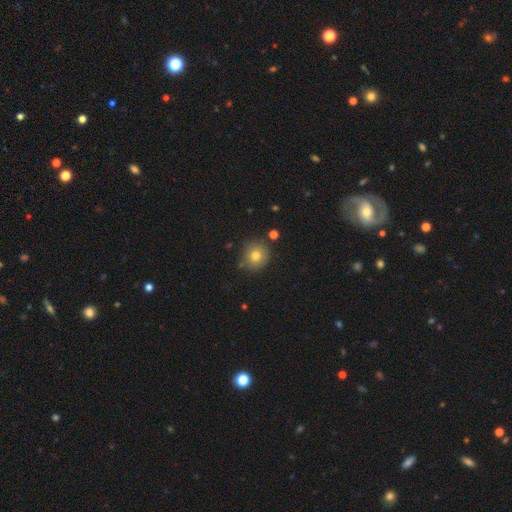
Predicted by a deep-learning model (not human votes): Smooth or featured: smooth — 76% (star or artifact — 13%)
How rounded: round — 91% (in between — 8%)
Merging: none — 81% (minor disturbance — 12%)